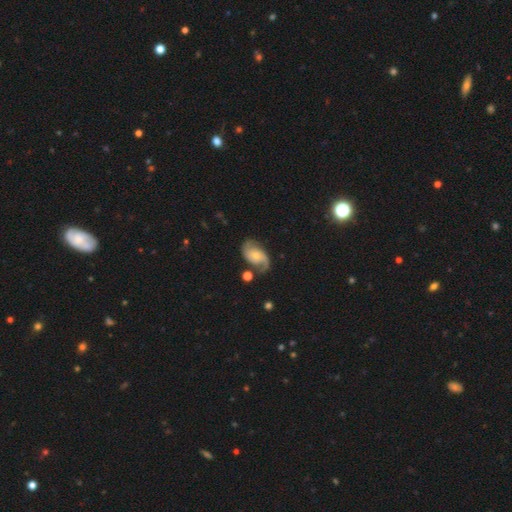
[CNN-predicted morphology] Smooth or featured? featured or disk (79%)
Edge-on disk? no (97%)
Bar? no (65%)
Spiral arms? yes (95%)
Spiral winding? medium (44%)
Spiral arm count? 2 (85%)
Bulge size? small (57%)
Merging? none (66%)